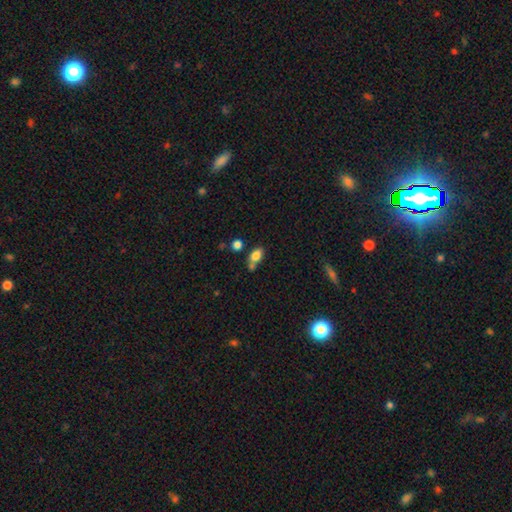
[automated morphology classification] This is clearly a smooth galaxy (82%). How rounded: clearly in between (85%). Merging: possibly none (53%).